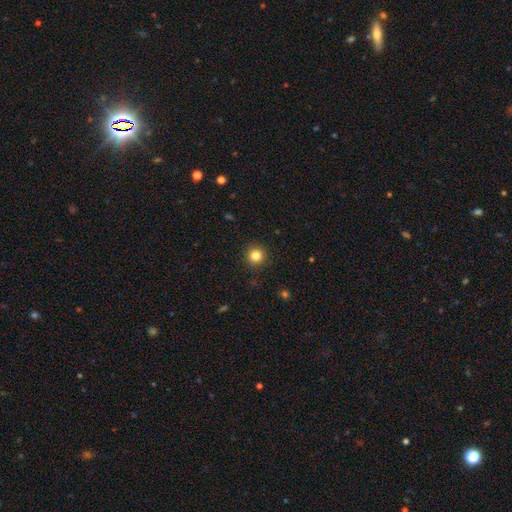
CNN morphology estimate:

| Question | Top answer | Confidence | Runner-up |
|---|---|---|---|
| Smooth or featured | smooth | 83% | star or artifact (12%) |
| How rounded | round | 95% | in between (4%) |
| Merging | none | 92% | minor disturbance (5%) |